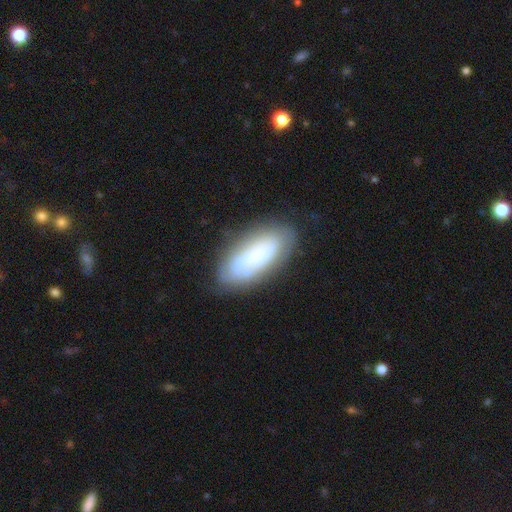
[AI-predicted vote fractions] A smooth galaxy with no disk features (59%) that is in between round and cigar-shaped (85%).

Vote fractions:
- Smooth or featured? smooth: 59% / featured or disk: 32% / star or artifact: 9%
- How rounded? in between: 85% / cigar-shaped: 13% / round: 3%
- Merging? none: 71% / minor disturbance: 19% / major disturbance: 7% / merger: 3%